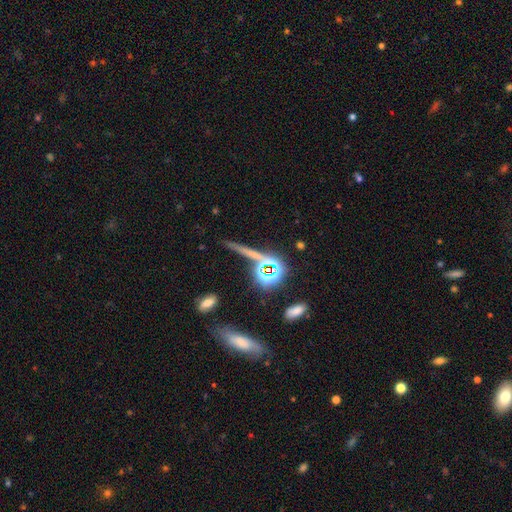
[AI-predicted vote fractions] This appears to be a star or artifact, not a galaxy (44%).